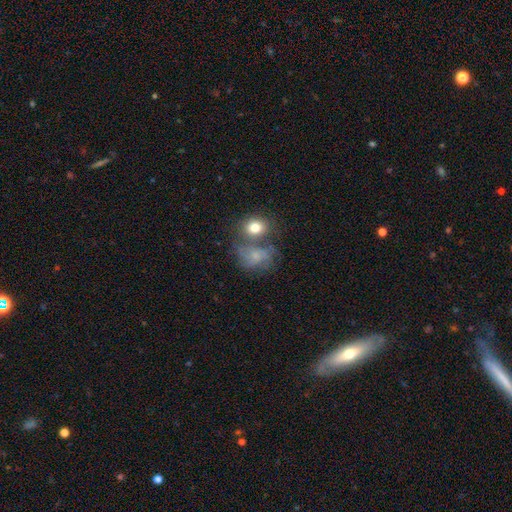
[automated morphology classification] A smooth galaxy with no disk features (47%).

Vote fractions:
- Smooth or featured? smooth: 47% / featured or disk: 40% / star or artifact: 13%
- Merging? none: 36% / merger: 33% / minor disturbance: 17% / major disturbance: 14%